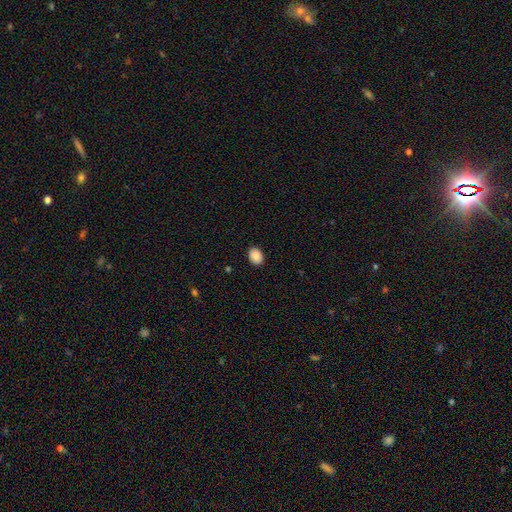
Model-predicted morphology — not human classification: Smooth or featured?
  - smooth: 89% *
  - star or artifact: 7%
  - featured or disk: 4%
How rounded?
  - in between: 71% *
  - round: 28%
  - cigar-shaped: 1%
Merging?
  - none: 88% *
  - minor disturbance: 9%
  - major disturbance: 2%
  - merger: 1%